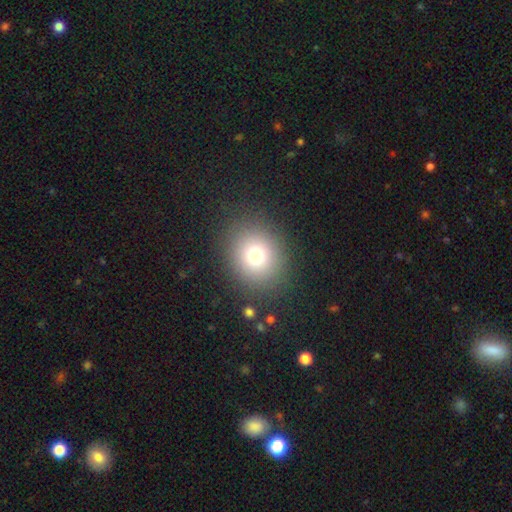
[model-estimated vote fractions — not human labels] Smooth or featured? smooth (75%)
How rounded? round (75%)
Merging? none (86%)